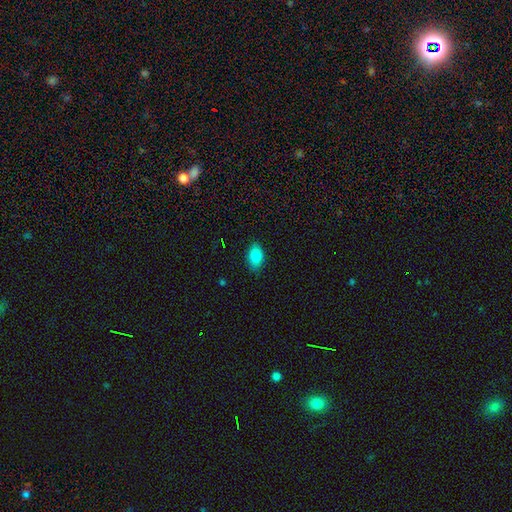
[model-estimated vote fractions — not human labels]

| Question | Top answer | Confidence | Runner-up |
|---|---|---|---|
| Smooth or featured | smooth | 83% | featured or disk (8%) |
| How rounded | in between | 89% | round (9%) |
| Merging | none | 86% | minor disturbance (10%) |